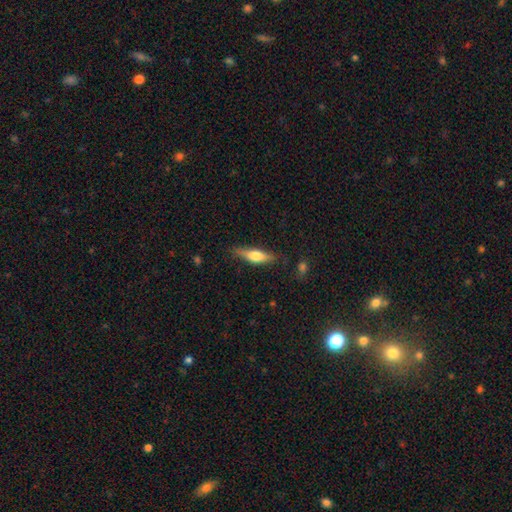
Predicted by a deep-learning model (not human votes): smooth-or-featured: smooth: 58% | featured or disk: 36% | star or artifact: 6%
  how-rounded: cigar-shaped: 63% | in between: 35% | round: 2%
  merging: none: 77% | minor disturbance: 17% | major disturbance: 4% | merger: 2%